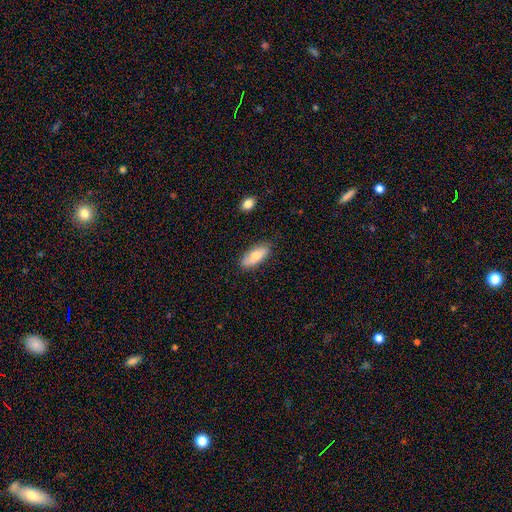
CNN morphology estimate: smooth-or-featured: smooth: 75% | featured or disk: 18% | star or artifact: 6%
  how-rounded: in between: 76% | cigar-shaped: 22% | round: 2%
  merging: none: 82% | minor disturbance: 14% | major disturbance: 2% | merger: 2%